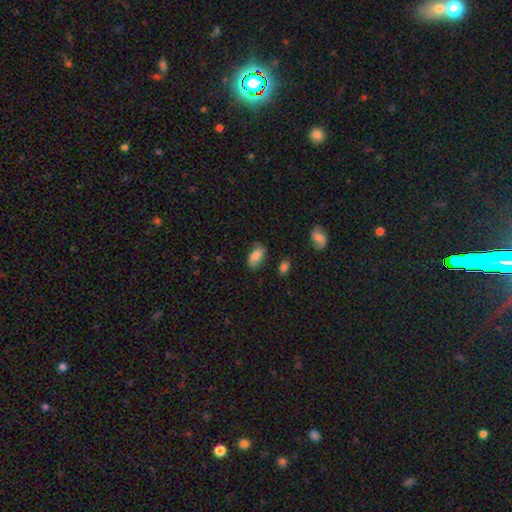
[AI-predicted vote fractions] Morphology: type=smooth (80%); roundness=in between (93%); merging=none (72%).